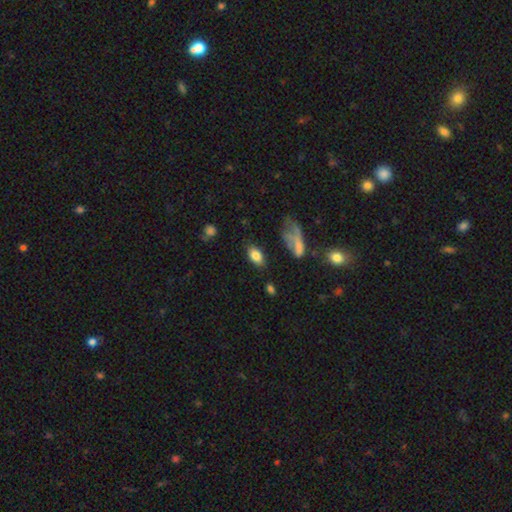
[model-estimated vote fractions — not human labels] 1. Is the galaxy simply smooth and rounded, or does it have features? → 81% smooth, 10% featured or disk, 8% star or artifact.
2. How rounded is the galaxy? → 90% in between, 6% round, 4% cigar-shaped.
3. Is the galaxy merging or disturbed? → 78% none, 14% minor disturbance, 5% major disturbance, 3% merger.